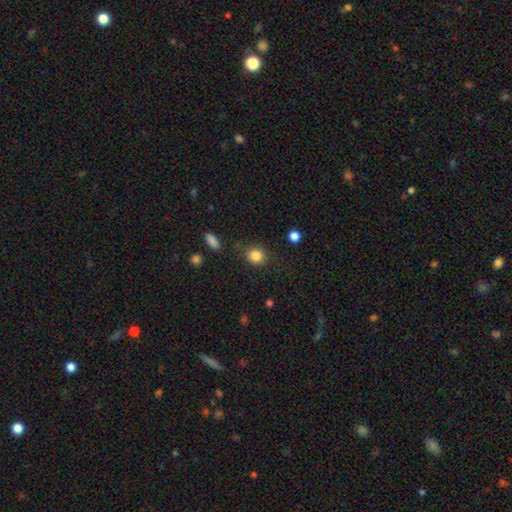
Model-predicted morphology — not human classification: smooth 85%, star or artifact 10%, featured or disk 5%. Down the decision tree: how rounded — round (77%); merging — none (84%).